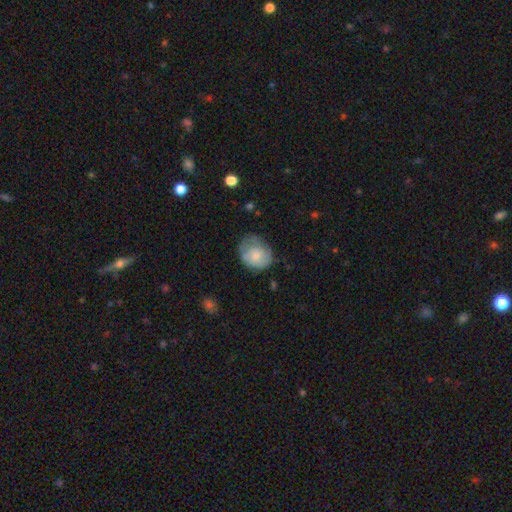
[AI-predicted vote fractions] smooth 66%, featured or disk 27%, star or artifact 7%. Down the decision tree: how rounded — round (66%); merging — none (49%).